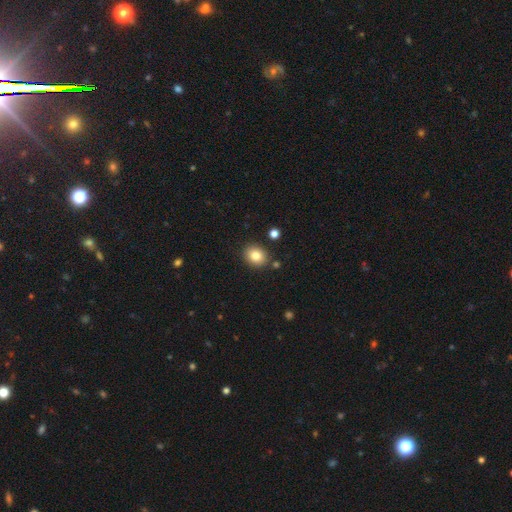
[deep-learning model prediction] Smooth or featured? Predicted: smooth (p=0.83). How rounded? Predicted: round (p=0.57). Merging? Predicted: none (p=0.85).